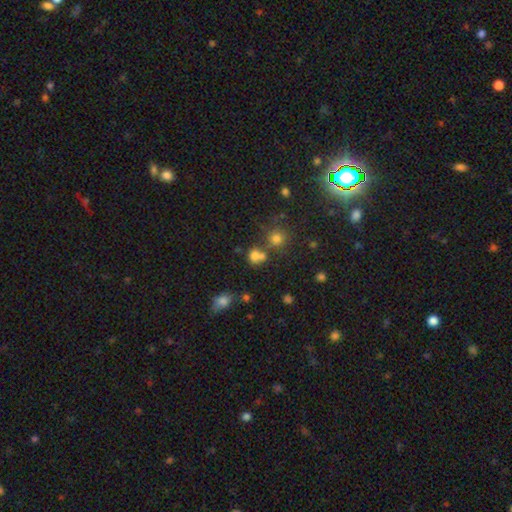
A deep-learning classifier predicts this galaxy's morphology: This is likely a smooth galaxy (70%). How rounded: likely round (73%). Merging: possibly none (46%).